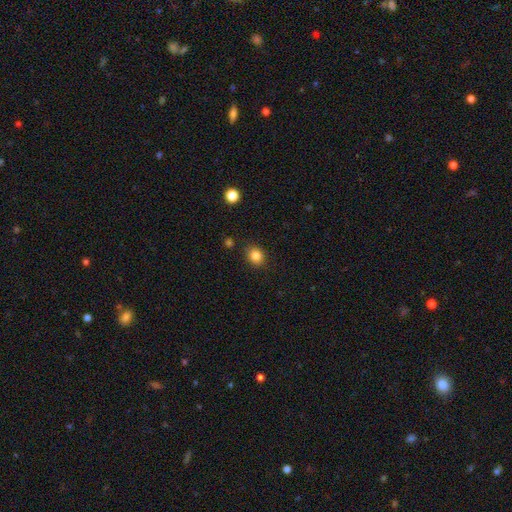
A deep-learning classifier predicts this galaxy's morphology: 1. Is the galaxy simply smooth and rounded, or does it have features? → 84% smooth, 11% star or artifact, 5% featured or disk.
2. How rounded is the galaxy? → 64% round, 35% in between, 1% cigar-shaped.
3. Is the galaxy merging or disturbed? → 86% none, 10% minor disturbance, 2% major disturbance, 2% merger.